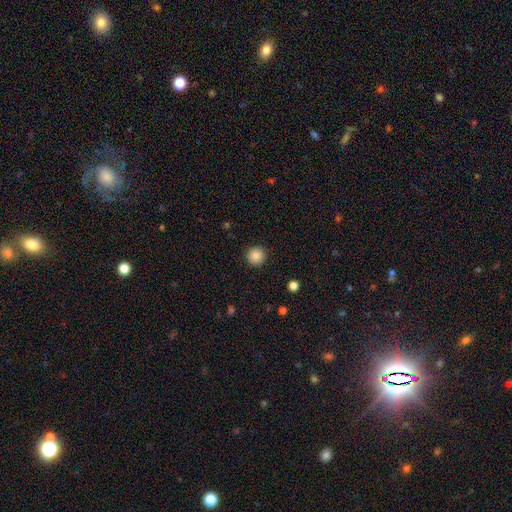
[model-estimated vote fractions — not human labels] A smooth galaxy with no disk features (86%) that is round (96%).

Vote fractions:
- Smooth or featured? smooth: 86% / star or artifact: 10% / featured or disk: 4%
- How rounded? round: 96% / in between: 3% / cigar-shaped: 1%
- Merging? none: 92% / minor disturbance: 5% / major disturbance: 2% / merger: 1%